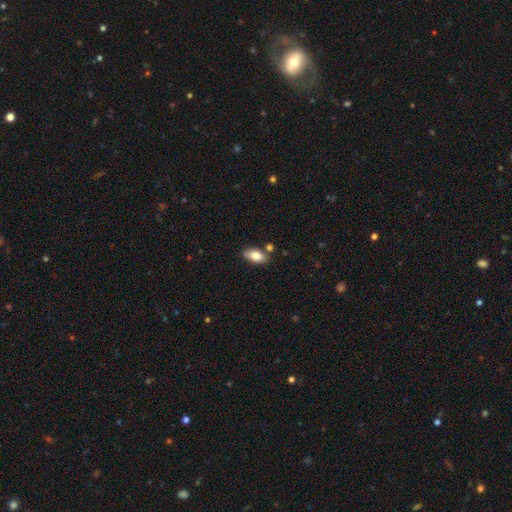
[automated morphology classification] This appears to be a smooth galaxy with no disk features (79%) that is in between round and cigar-shaped (90%). Merging: none (77%).